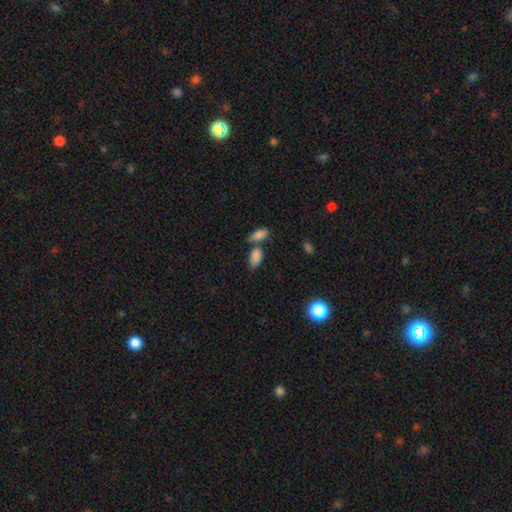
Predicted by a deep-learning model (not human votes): Smooth or featured? smooth (84%)
How rounded? in between (92%)
Merging? none (48%)